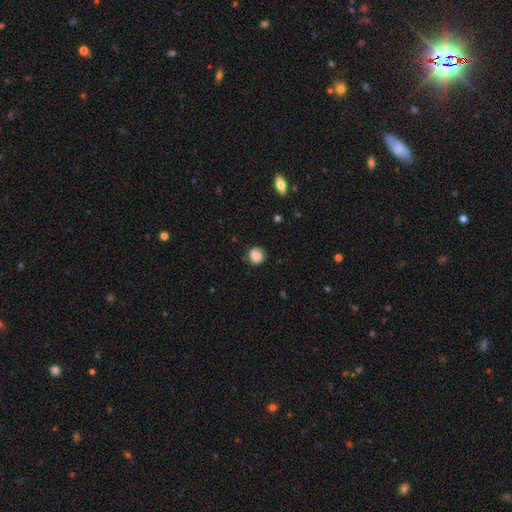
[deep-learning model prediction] A smooth galaxy with no disk features (79%) that is round (81%).

Vote fractions:
- Smooth or featured? smooth: 79% / featured or disk: 12% / star or artifact: 9%
- How rounded? round: 81% / in between: 18% / cigar-shaped: 1%
- Merging? none: 72% / minor disturbance: 21% / major disturbance: 6% / merger: 2%